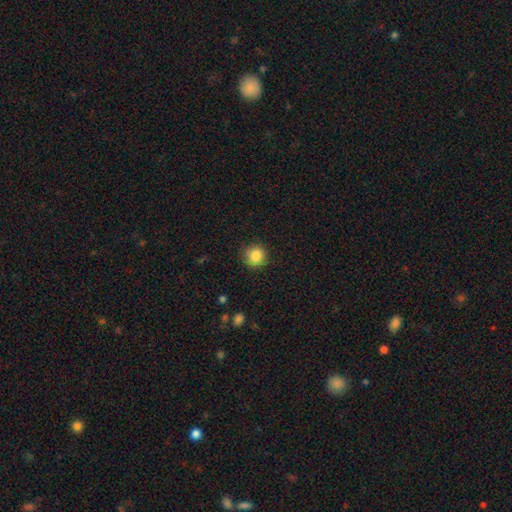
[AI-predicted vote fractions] Smooth or featured? Predicted: smooth (p=0.85). How rounded? Predicted: round (p=0.92). Merging? Predicted: none (p=0.87).